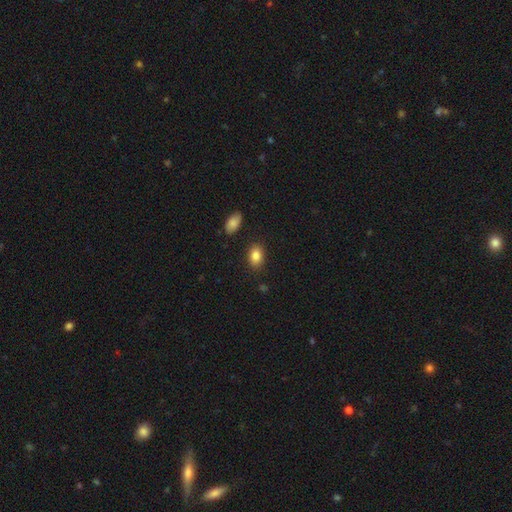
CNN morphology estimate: smooth-or-featured: smooth: 85% | star or artifact: 8% | featured or disk: 6%
  how-rounded: in between: 82% | round: 17% | cigar-shaped: 1%
  merging: none: 85% | minor disturbance: 10% | major disturbance: 3% | merger: 2%